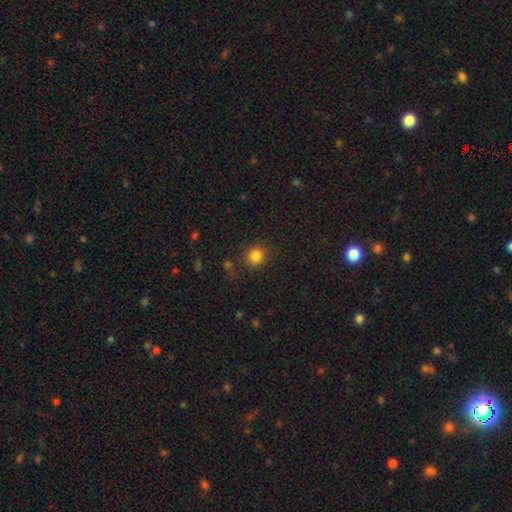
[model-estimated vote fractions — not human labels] This appears to be a smooth galaxy with no disk features (83%) that is round (90%). Merging: none (84%).